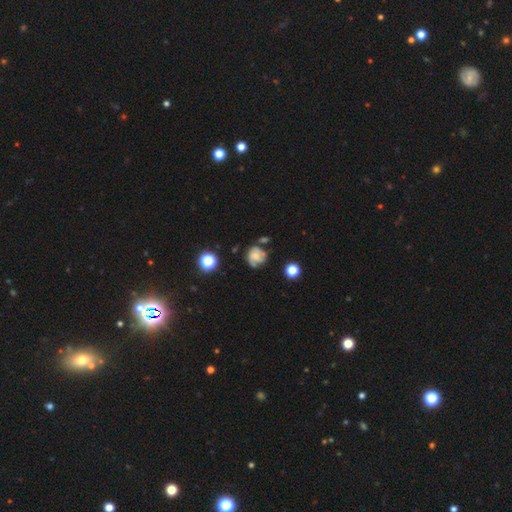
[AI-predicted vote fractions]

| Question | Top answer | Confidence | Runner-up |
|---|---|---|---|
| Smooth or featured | featured or disk | 52% | smooth (37%) |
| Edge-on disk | no | 98% | yes (2%) |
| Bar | no | 75% | weak (21%) |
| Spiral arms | yes | 79% | no (21%) |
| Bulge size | small | 51% | moderate (30%) |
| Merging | none | 52% | minor disturbance (25%) |